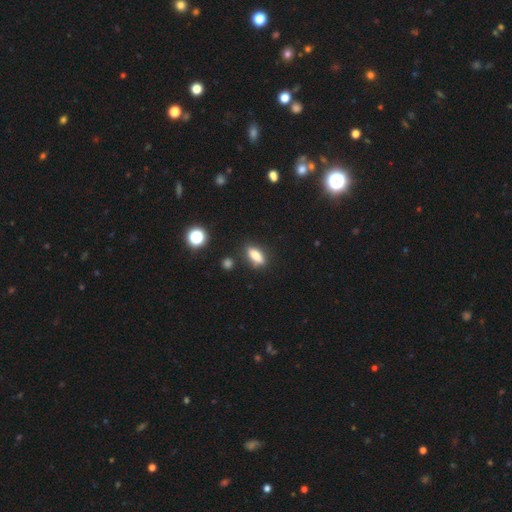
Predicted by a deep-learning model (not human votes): Smooth or featured: smooth — 74% (featured or disk — 15%)
How rounded: in between — 59% (cigar-shaped — 36%)
Merging: none — 82% (minor disturbance — 11%)